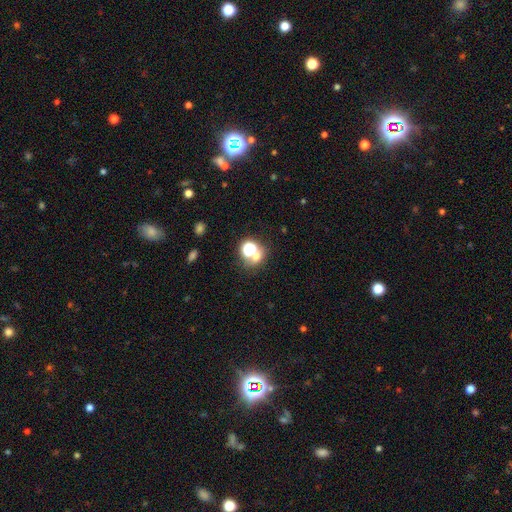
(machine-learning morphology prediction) Q: Smooth or featured?
A: smooth (49%); runner-up: star or artifact (40%)
Q: Merging?
A: none (57%); runner-up: merger (28%)